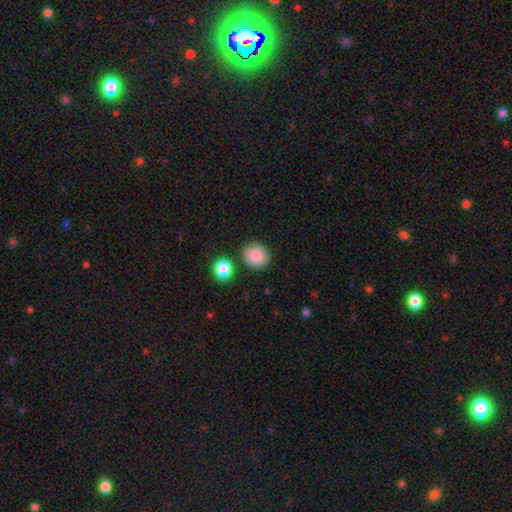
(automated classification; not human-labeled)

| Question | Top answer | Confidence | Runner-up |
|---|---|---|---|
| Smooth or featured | smooth | 87% | star or artifact (9%) |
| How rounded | round | 80% | in between (19%) |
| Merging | none | 84% | minor disturbance (9%) |